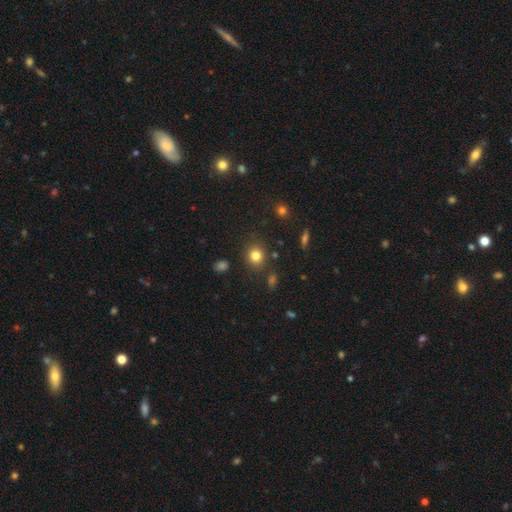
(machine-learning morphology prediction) smooth 81%, star or artifact 12%, featured or disk 7%. Down the decision tree: how rounded — round (82%); merging — none (84%).